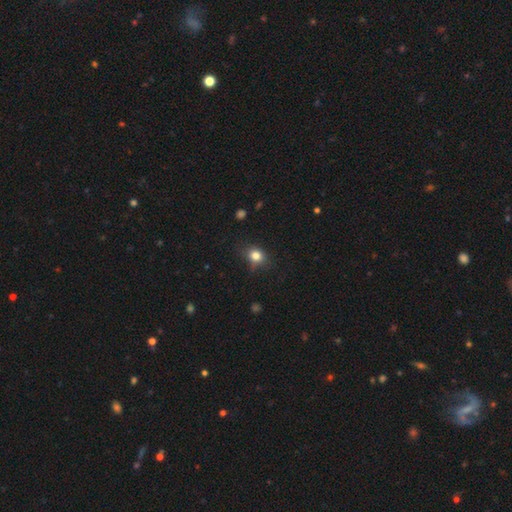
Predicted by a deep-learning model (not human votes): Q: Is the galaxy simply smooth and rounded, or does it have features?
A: smooth — 80%.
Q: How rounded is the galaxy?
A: round — 64%.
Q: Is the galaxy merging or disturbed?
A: none — 72%.